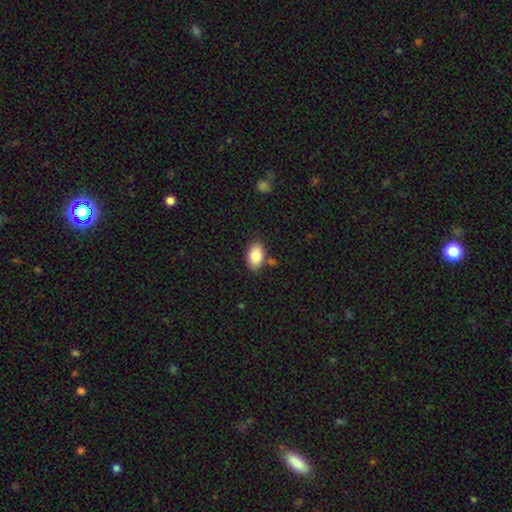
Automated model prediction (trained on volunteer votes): Smooth or featured? Predicted: smooth (p=0.85). How rounded? Predicted: in between (p=0.90). Merging? Predicted: none (p=0.80).